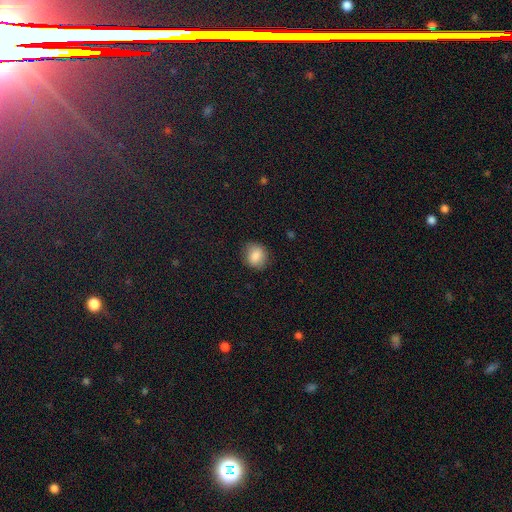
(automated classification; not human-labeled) Q: Smooth or featured?
A: smooth (84%); runner-up: star or artifact (9%)
Q: How rounded?
A: round (72%); runner-up: in between (27%)
Q: Merging?
A: none (83%); runner-up: minor disturbance (13%)